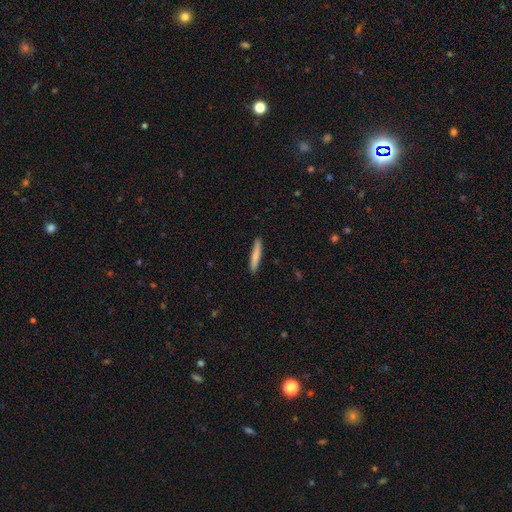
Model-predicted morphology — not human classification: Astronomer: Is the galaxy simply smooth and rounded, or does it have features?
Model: smooth — 79%.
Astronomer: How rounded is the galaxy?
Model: cigar-shaped — 93%.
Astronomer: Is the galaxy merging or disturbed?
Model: none — 91%.